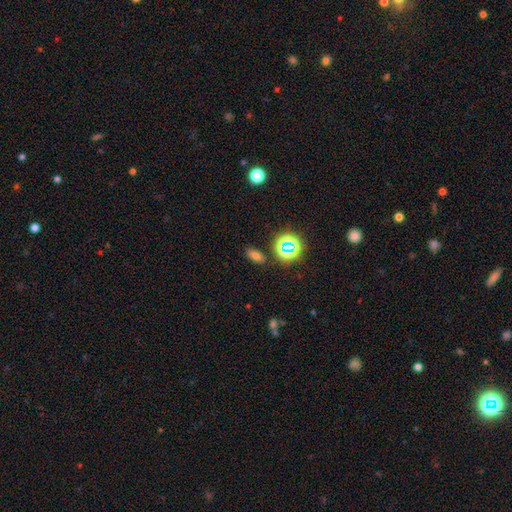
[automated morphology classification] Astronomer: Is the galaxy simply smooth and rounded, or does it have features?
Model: smooth — 67%.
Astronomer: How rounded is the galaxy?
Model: in between — 81%.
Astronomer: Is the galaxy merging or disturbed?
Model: none — 85%.